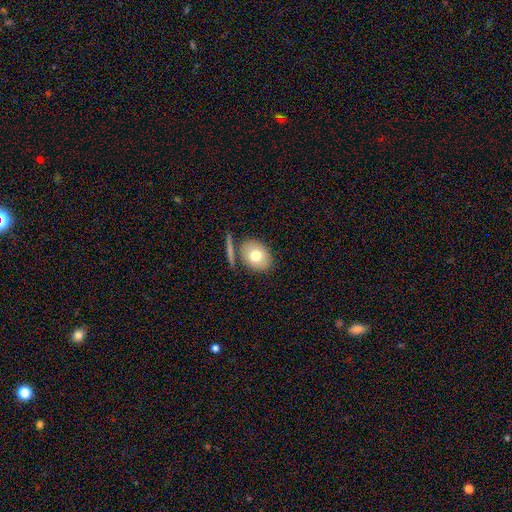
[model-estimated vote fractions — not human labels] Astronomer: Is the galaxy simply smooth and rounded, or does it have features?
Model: smooth — 74%.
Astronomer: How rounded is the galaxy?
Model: in between — 65%.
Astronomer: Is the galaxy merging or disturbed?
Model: none — 72%.